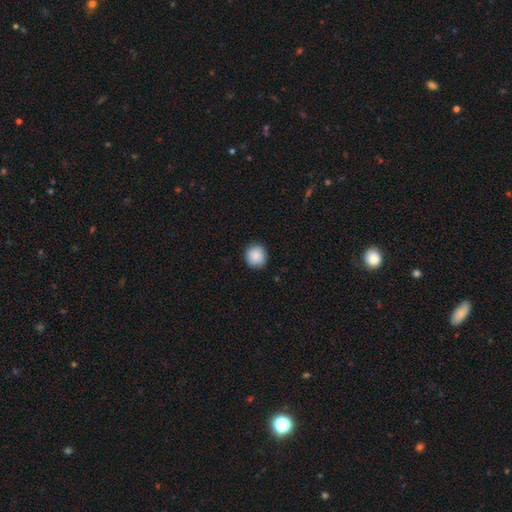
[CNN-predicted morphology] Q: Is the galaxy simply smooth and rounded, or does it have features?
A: smooth — 89%.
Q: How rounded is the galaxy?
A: round — 91%.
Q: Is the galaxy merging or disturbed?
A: none — 89%.